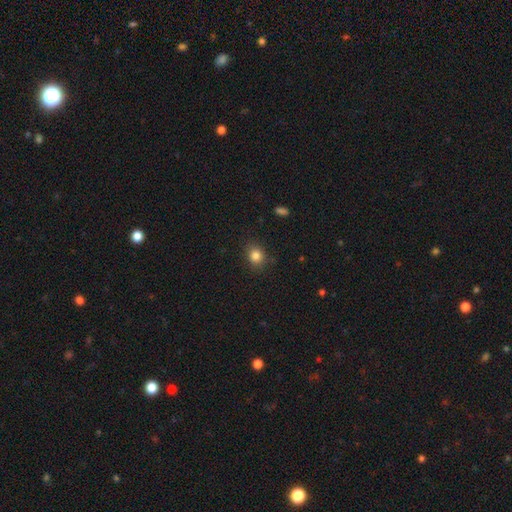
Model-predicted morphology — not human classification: This is clearly a smooth galaxy (83%). How rounded: likely round (62%). Merging: clearly none (84%).